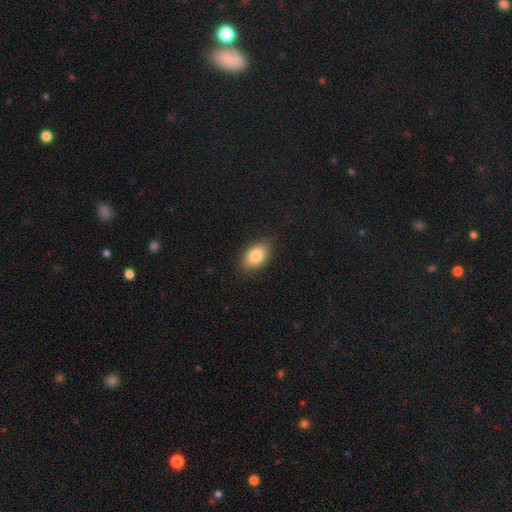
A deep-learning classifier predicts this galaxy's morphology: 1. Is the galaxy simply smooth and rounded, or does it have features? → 85% smooth, 8% featured or disk, 8% star or artifact.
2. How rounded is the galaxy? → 88% in between, 10% round, 1% cigar-shaped.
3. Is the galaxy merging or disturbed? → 86% none, 10% minor disturbance, 2% major disturbance, 1% merger.